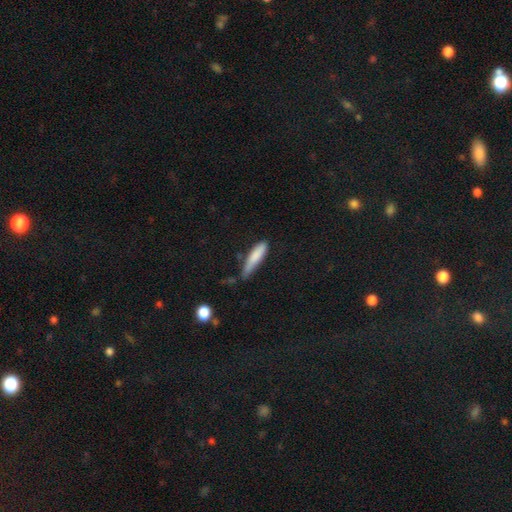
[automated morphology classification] A smooth galaxy with no disk features (82%) that is cigar-shaped (73%). Merging: none (46%).